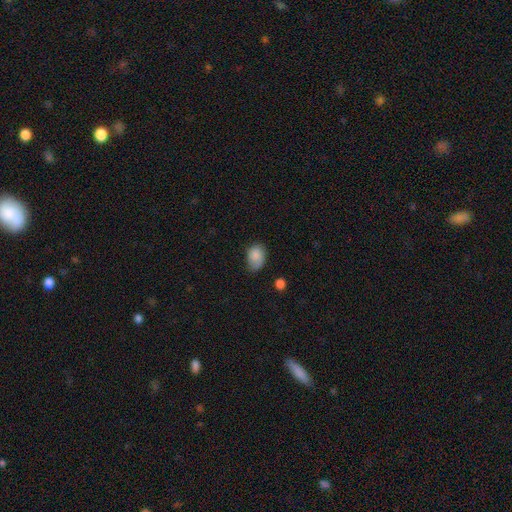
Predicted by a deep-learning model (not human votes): Q: Smooth or featured?
A: smooth (85%); runner-up: star or artifact (8%)
Q: How rounded?
A: in between (79%); runner-up: round (20%)
Q: Merging?
A: none (56%); runner-up: minor disturbance (34%)